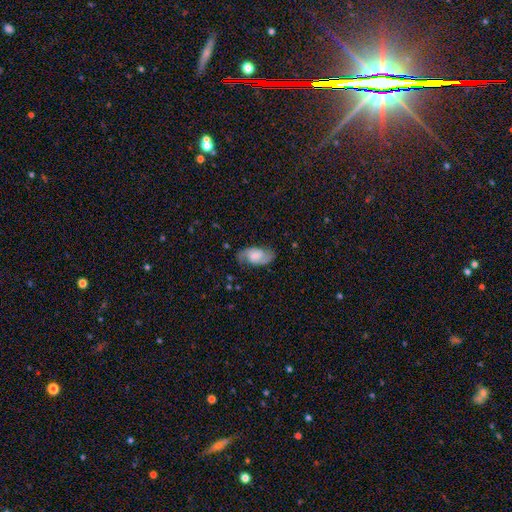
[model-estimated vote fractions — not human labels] A featured or disk galaxy (67%) with a weak bar (45%), 2 (88%) medium (50%) spiral arms (93%) and a small central bulge (29%, tied with moderate).

Vote fractions:
- Smooth or featured? featured or disk: 67% / smooth: 25% / star or artifact: 7%
- Edge-on disk? no: 96% / yes: 4%
- Bar? weak: 45% / no: 44% / strong: 11%
- Spiral arms? yes: 93% / no: 7%
- Spiral winding? medium: 50% / tight: 26% / loose: 24%
- Spiral arm count? 2: 88% / can't tell: 6% / 1: 3% / 3: 1% / 4: 1% / more than 4: 1%
- Bulge size? small: 29% (tied) / moderate: 29% (tied) / none: 24% / large: 15% / dominant: 3%
- Merging? none: 74% / minor disturbance: 18% / major disturbance: 6% / merger: 1%